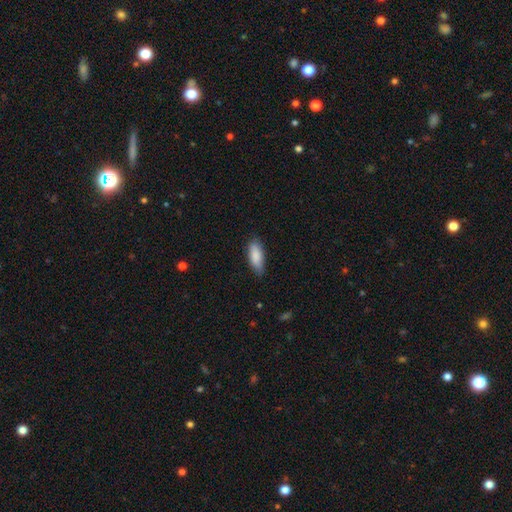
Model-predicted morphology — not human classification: Smooth or featured: smooth — 87% (featured or disk — 7%)
How rounded: in between — 74% (cigar-shaped — 24%)
Merging: none — 78% (minor disturbance — 18%)